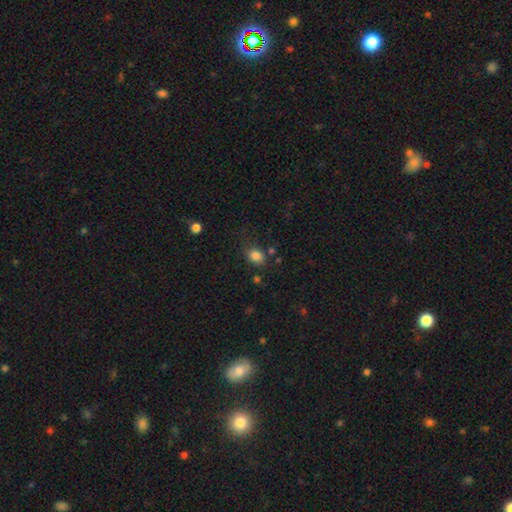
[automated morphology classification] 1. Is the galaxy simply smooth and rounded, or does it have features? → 83% smooth, 11% star or artifact, 6% featured or disk.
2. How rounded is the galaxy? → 53% in between, 46% round, 1% cigar-shaped.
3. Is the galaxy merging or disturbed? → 72% none, 17% minor disturbance, 5% major disturbance, 5% merger.